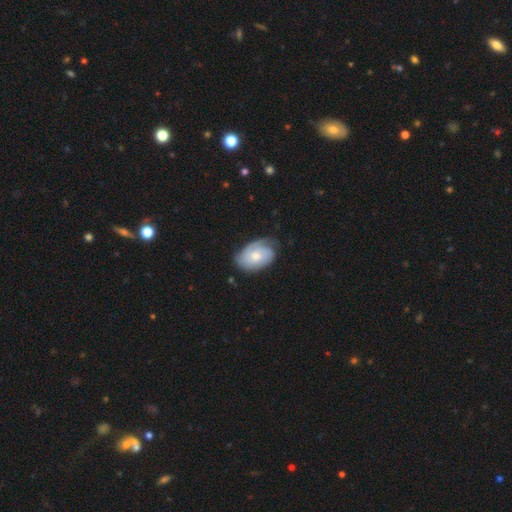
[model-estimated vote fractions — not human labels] smooth-or-featured: featured or disk: 60% | smooth: 35% | star or artifact: 6%
  disk-edge-on: no: 96% | yes: 4%
    bar: no: 73% | weak: 24% | strong: 3%
    has-spiral-arms: yes: 86% | no: 14%
    bulge-size: moderate: 57% | small: 35% | large: 5% | none: 2% | dominant: 1%
  merging: none: 60% | minor disturbance: 28% | major disturbance: 10% | merger: 1%